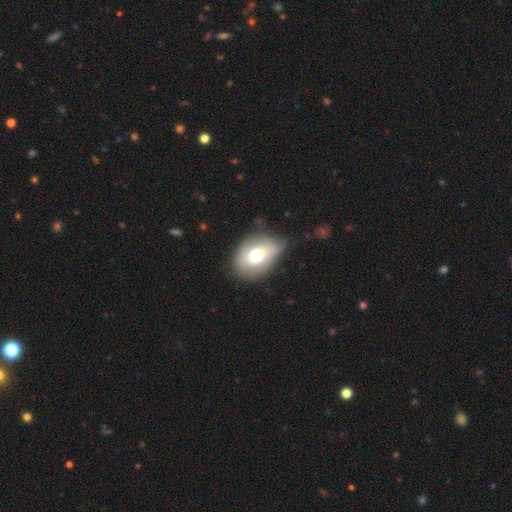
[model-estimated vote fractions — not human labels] A smooth galaxy with no disk features (66%) that is in between round and cigar-shaped (74%). Merging: none (56%).